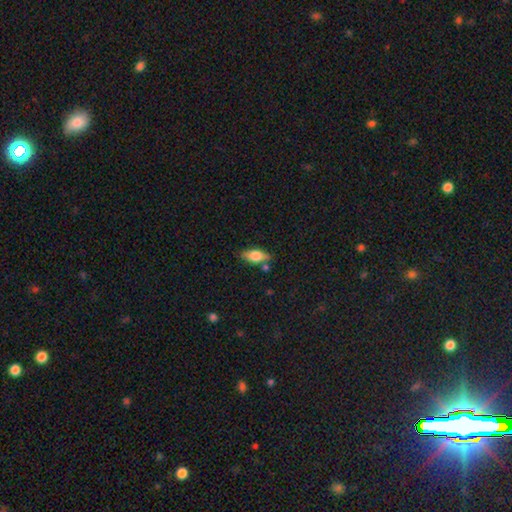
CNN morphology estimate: The model was most divided on "smooth or featured": smooth: 64%, featured or disk: 29%, star or artifact: 7%. More confident: how rounded — in between (78%); merging — none (74%).